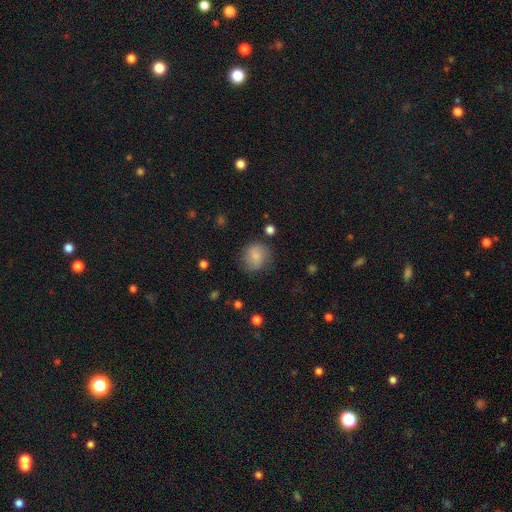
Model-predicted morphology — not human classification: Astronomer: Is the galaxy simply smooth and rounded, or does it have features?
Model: smooth — 74%.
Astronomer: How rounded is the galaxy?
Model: round — 83%.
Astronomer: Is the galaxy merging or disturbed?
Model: none — 72%.